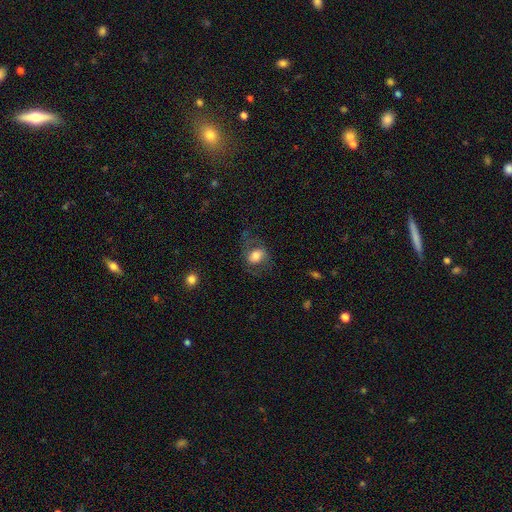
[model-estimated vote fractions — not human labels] This appears to be a smooth galaxy with no disk features (63%) that is in between round and cigar-shaped (57%). Merging: none (52%).